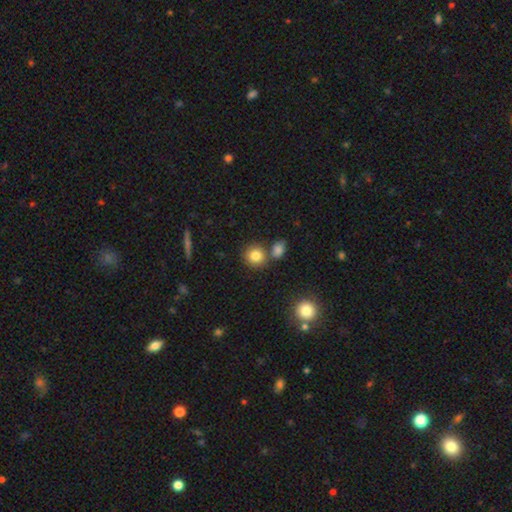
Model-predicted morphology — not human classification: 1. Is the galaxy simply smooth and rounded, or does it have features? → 83% smooth, 10% star or artifact, 7% featured or disk.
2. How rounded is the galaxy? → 83% round, 16% in between, 1% cigar-shaped.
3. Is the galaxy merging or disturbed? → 69% none, 18% merger, 10% minor disturbance, 3% major disturbance.